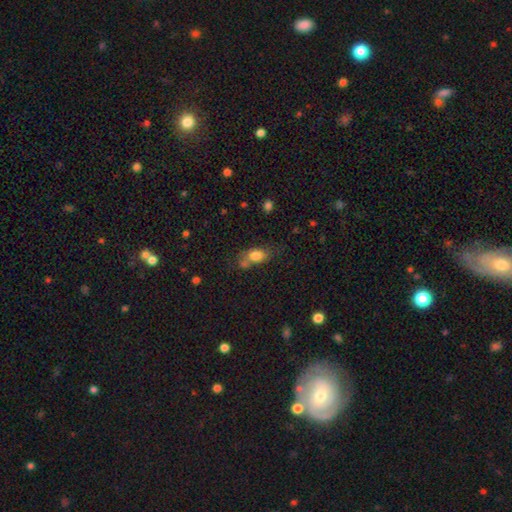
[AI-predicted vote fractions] Overall: smooth (80%). How rounded: in between (80%). Merging: none (46%; merger 26%).